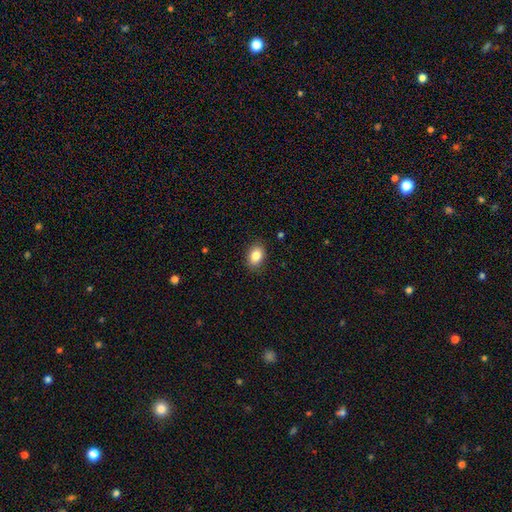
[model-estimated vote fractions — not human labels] This appears to be a smooth galaxy with no disk features (84%) that is in between round and cigar-shaped (75%). Merging: none (88%).